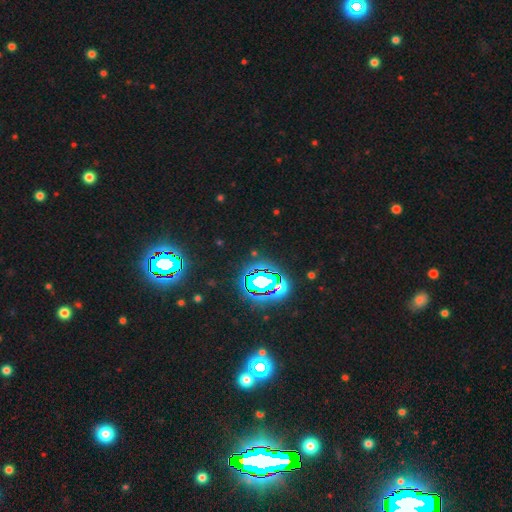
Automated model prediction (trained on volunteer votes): smooth_or_featured: star or artifact (p=0.76) [alt: smooth p=0.13]